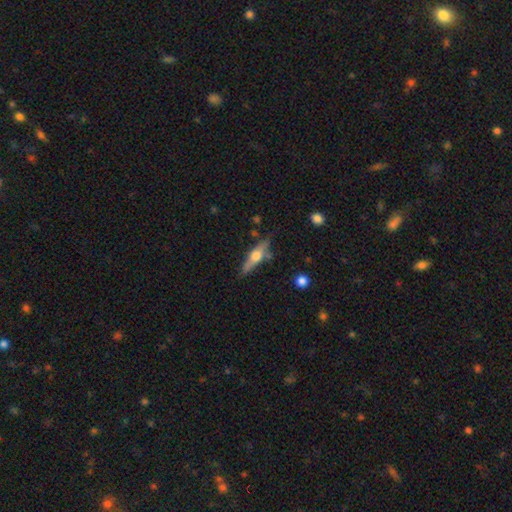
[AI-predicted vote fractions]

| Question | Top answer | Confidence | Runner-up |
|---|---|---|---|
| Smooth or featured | featured or disk | 57% | smooth (36%) |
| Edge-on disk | yes | 92% | no (8%) |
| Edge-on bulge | rounded | 93% | boxy (5%) |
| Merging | none | 73% | minor disturbance (18%) |